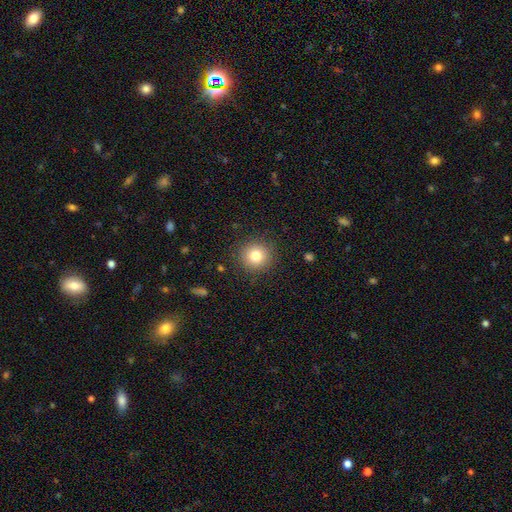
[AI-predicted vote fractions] smooth 80%, star or artifact 11%, featured or disk 9%. Down the decision tree: how rounded — round (94%); merging — none (90%).